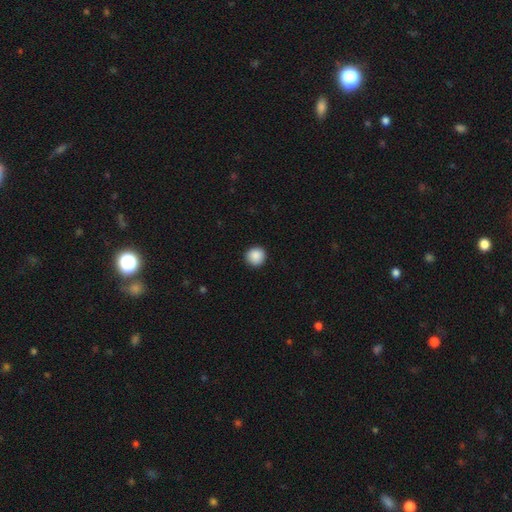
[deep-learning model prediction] This appears to be a smooth galaxy with no disk features (89%) that is round (95%). Merging: none (92%).